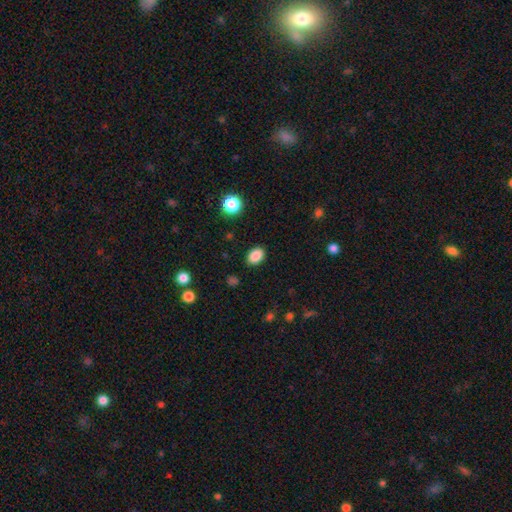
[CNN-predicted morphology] smooth 87%, star or artifact 9%, featured or disk 4%. Down the decision tree: how rounded — in between (79%); merging — none (88%).